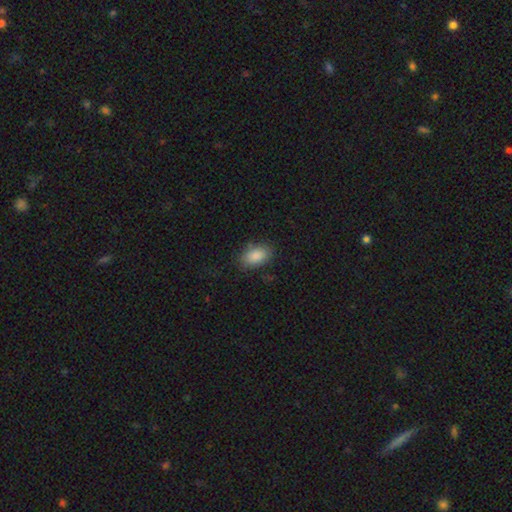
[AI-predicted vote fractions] Q: Smooth or featured?
A: smooth (88%); runner-up: star or artifact (7%)
Q: How rounded?
A: in between (91%); runner-up: round (7%)
Q: Merging?
A: none (80%); runner-up: minor disturbance (14%)